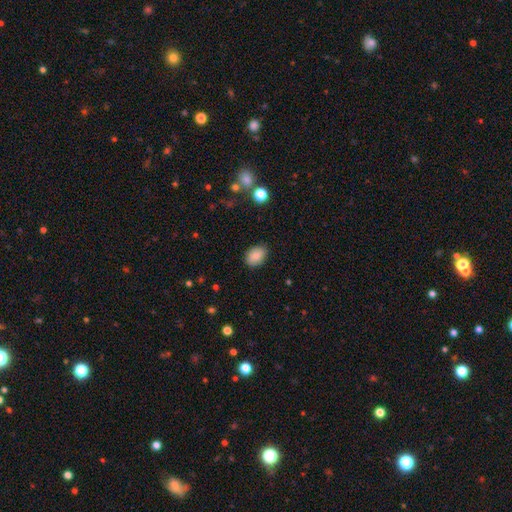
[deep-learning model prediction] This is clearly a smooth galaxy (85%). How rounded: likely in between (78%). Merging: clearly none (82%).